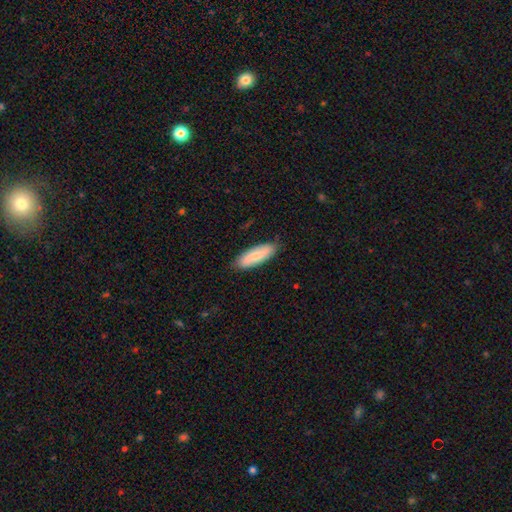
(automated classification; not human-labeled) smooth 72%, featured or disk 22%, star or artifact 5%. Down the decision tree: how rounded — in between (59%); merging — none (85%).